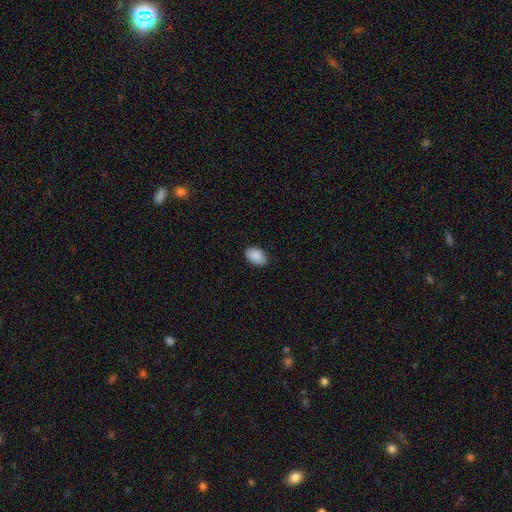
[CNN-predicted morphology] This is clearly a smooth galaxy (90%). How rounded: clearly in between (89%). Merging: clearly none (87%).